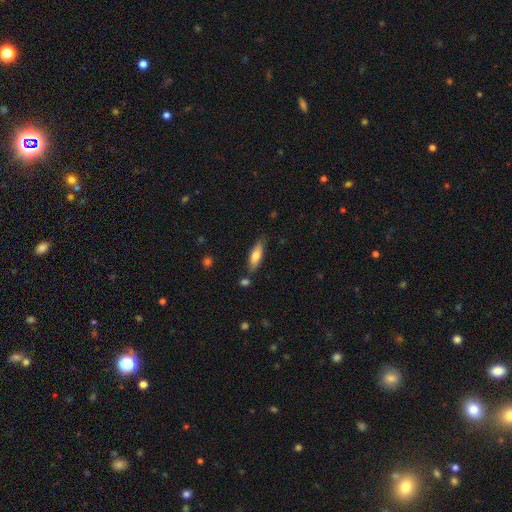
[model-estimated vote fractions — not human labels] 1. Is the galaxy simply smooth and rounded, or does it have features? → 73% smooth, 21% featured or disk, 6% star or artifact.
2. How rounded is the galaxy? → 52% in between, 46% cigar-shaped, 2% round.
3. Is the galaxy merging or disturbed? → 77% none, 15% minor disturbance, 6% merger, 3% major disturbance.